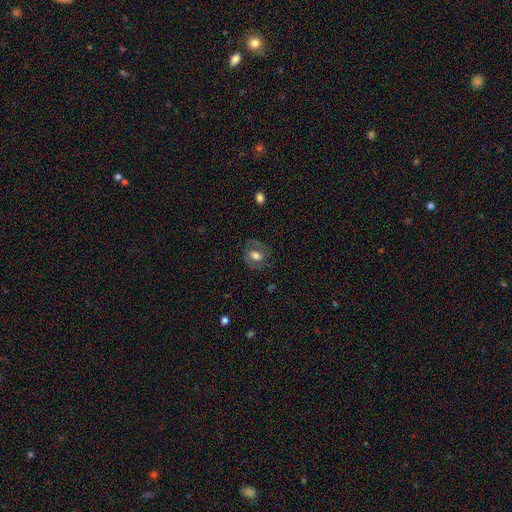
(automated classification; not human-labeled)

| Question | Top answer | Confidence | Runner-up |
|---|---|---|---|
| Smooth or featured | smooth | 52% | featured or disk (40%) |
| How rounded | in between | 51% | round (47%) |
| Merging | none | 73% | minor disturbance (16%) |